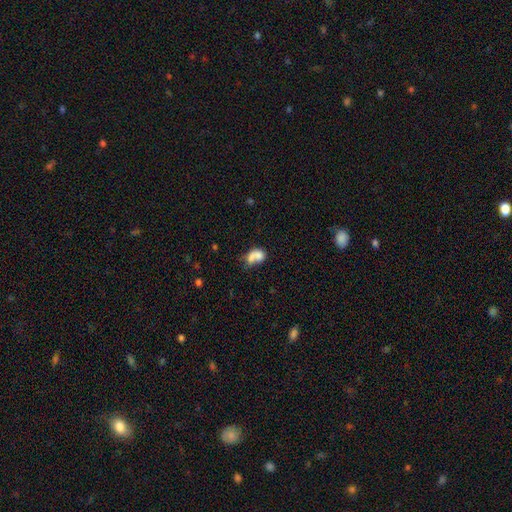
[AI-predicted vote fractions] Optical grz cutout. It shows a smooth galaxy with no disk features (68%) that is in between round and cigar-shaped (68%). Merging: merger (52%).